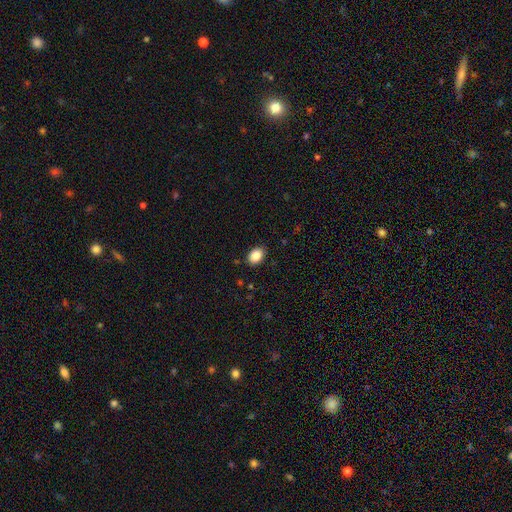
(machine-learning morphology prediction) smooth_or_featured: smooth (p=0.87) [alt: star or artifact p=0.08]
how_rounded: in between (p=0.76) [alt: round p=0.23]
merging: none (p=0.87) [alt: minor disturbance p=0.10]